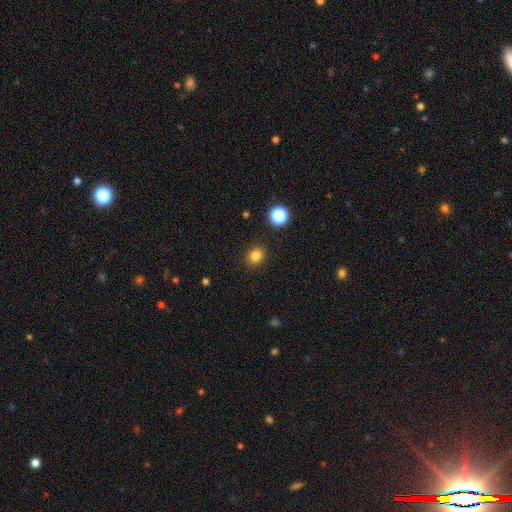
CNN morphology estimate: Overall: smooth (82%). How rounded: round (63%; in between 36%). Merging: none (89%).